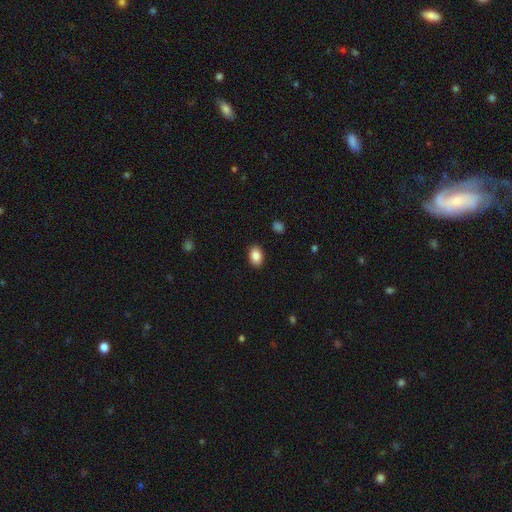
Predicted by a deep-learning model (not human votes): Overall: smooth (87%). How rounded: in between (83%). Merging: none (89%).